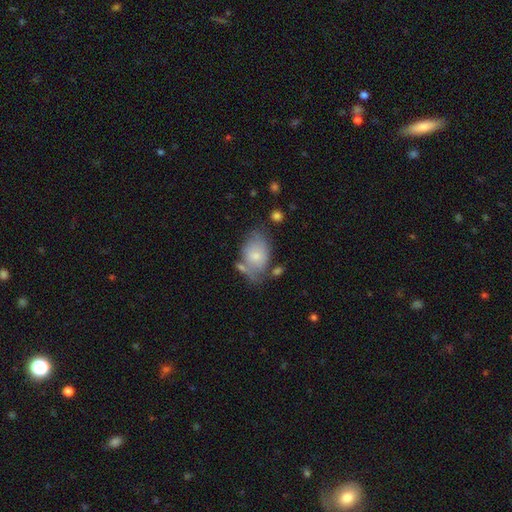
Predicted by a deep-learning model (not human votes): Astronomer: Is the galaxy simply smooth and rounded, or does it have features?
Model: smooth — 64%.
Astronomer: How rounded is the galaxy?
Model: in between — 83%.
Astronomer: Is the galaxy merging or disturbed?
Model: none — 47% (runner-up: minor disturbance, 28%).